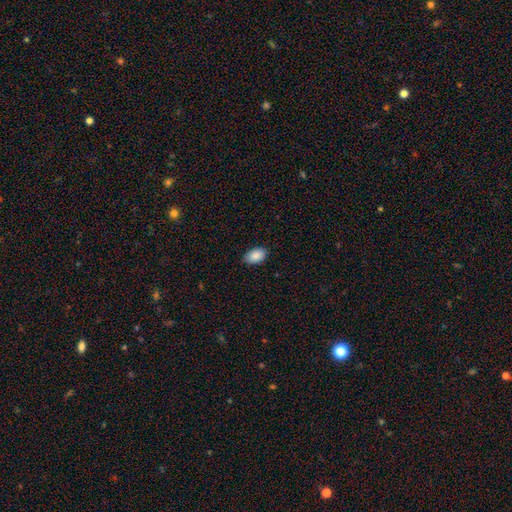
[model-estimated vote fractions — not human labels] Morphology: type=smooth (89%); roundness=in between (92%); merging=none (85%).